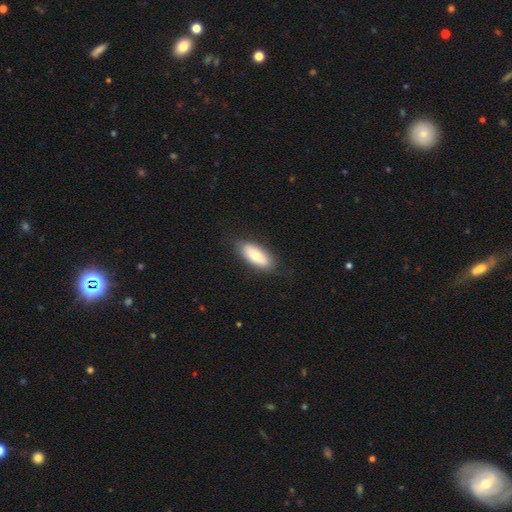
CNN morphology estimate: This appears to be a smooth galaxy with no disk features (75%) that is in between round and cigar-shaped (80%). Merging: none (82%).